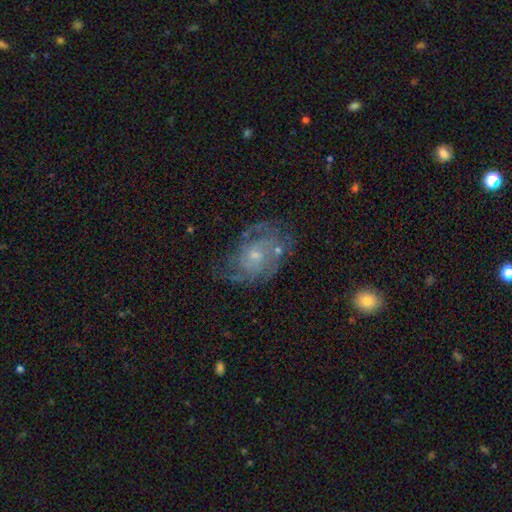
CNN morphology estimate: featured or disk 76%, smooth 16%, star or artifact 8%. Down the decision tree: edge-on disk — no (97%); bar — no (77%); spiral arms — yes (84%); spiral arm count — can't tell (41%); spiral winding — tight (48%); bulge size — small (67%); merging — none (59%).